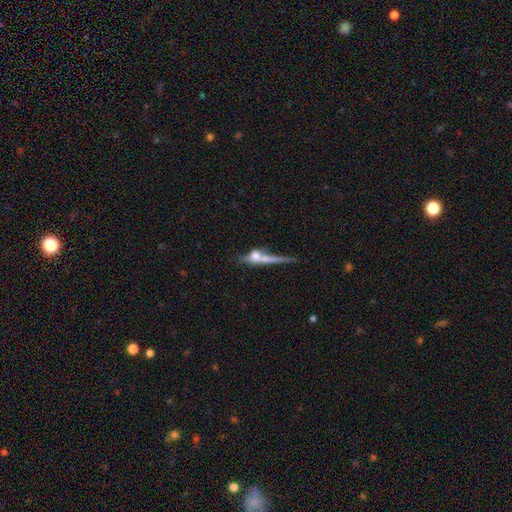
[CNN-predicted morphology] Smooth or featured? Predicted: featured or disk (p=0.51). Edge-on disk? Predicted: yes (p=0.78). Merging? Predicted: none (p=0.39).